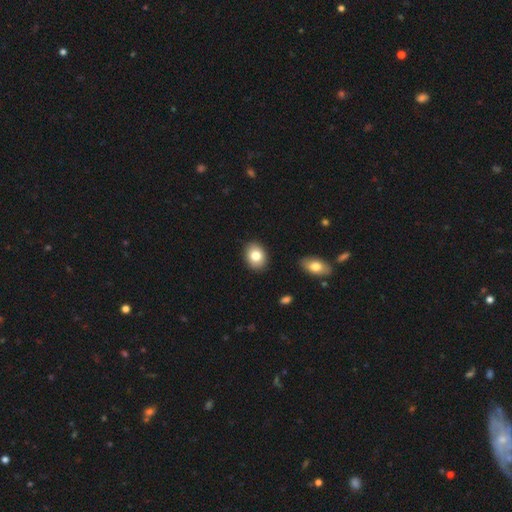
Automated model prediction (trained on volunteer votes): Smooth or featured: smooth — 81% (featured or disk — 10%)
How rounded: in between — 58% (round — 41%)
Merging: none — 89% (minor disturbance — 8%)